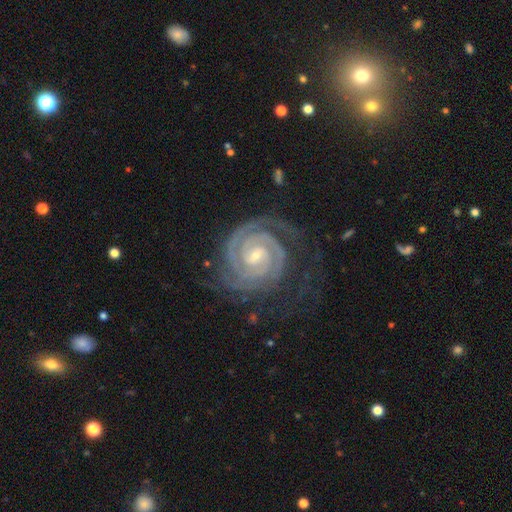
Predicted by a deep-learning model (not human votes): This is clearly a featured or disk galaxy (93%). It is clearly not viewed edge-on (98%). Bar: marginally weak (44%). Spiral arm pattern: clearly yes (99%). Spiral arm count: likely 2 (63%). Spiral winding: clearly tight (84%). Central bulge: likely small (74%). Merging: likely none (71%).